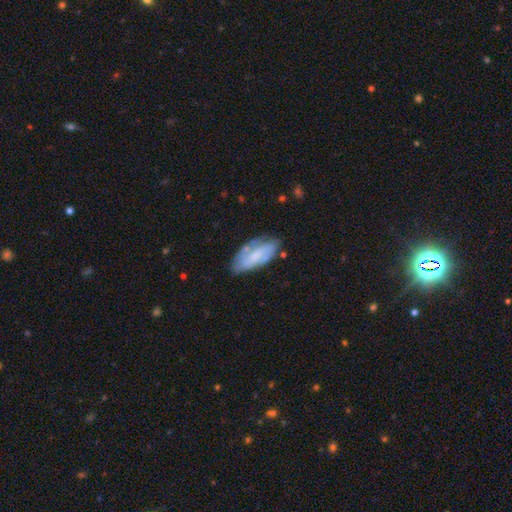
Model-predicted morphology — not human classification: smooth_or_featured: featured or disk (p=0.48) [alt: smooth p=0.45]
merging: none (p=0.61) [alt: minor disturbance p=0.26]